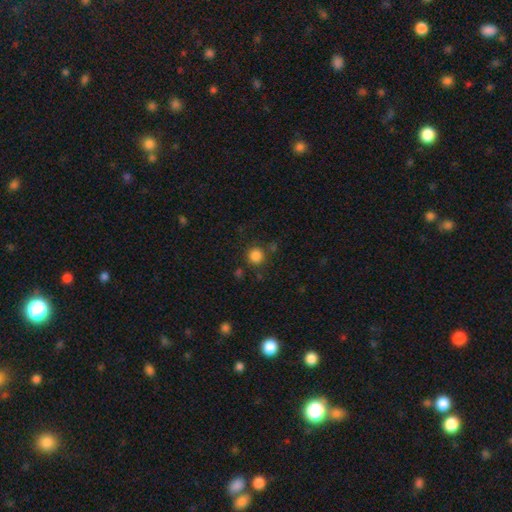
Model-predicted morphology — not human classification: Smooth or featured?
  - smooth: 84% *
  - star or artifact: 12%
  - featured or disk: 4%
How rounded?
  - round: 93% *
  - in between: 6%
  - cigar-shaped: 1%
Merging?
  - none: 82% *
  - minor disturbance: 9%
  - merger: 5%
  - major disturbance: 4%